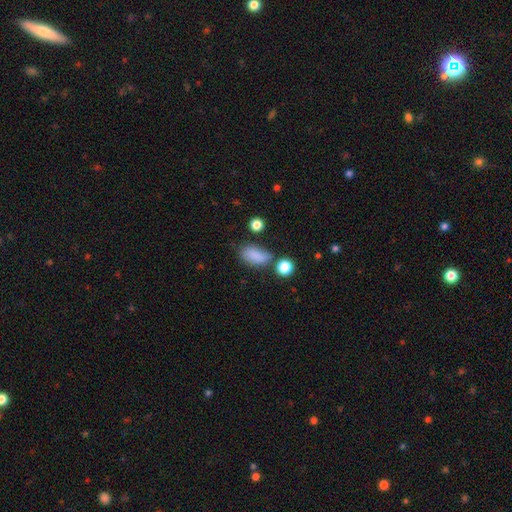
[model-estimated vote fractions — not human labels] This appears to be a smooth galaxy with no disk features (83%) that is in between round and cigar-shaped (85%). Merging: none (63%).